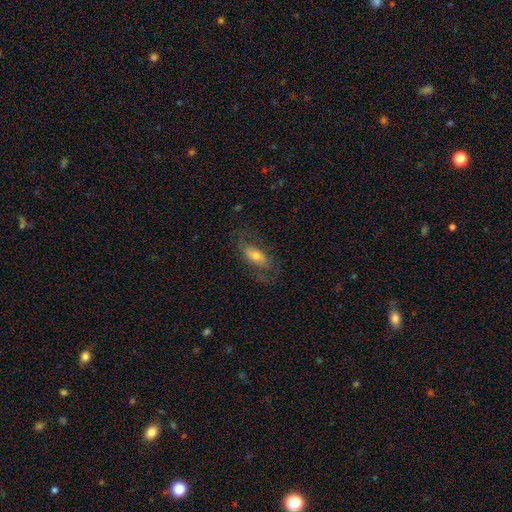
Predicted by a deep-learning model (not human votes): This is possibly a featured or disk galaxy (51%). It is clearly not viewed edge-on (85%). Merging: likely none (66%).